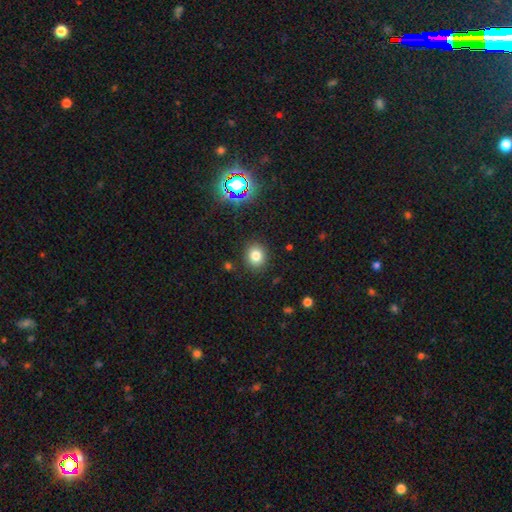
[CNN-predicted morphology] A smooth galaxy with no disk features (78%) that is round (75%). Merging: none (89%).